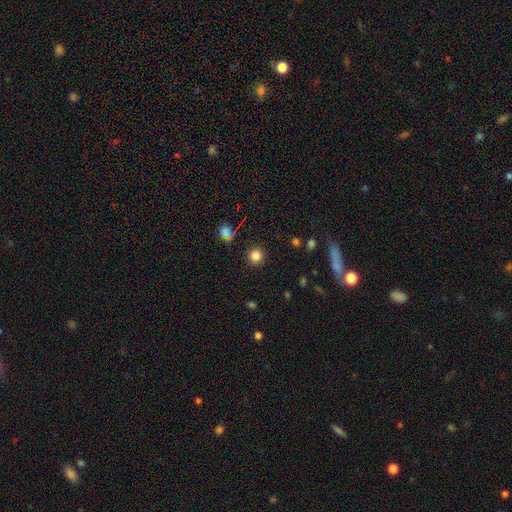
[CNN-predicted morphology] Overall: smooth (81%). How rounded: round (94%). Merging: none (91%).